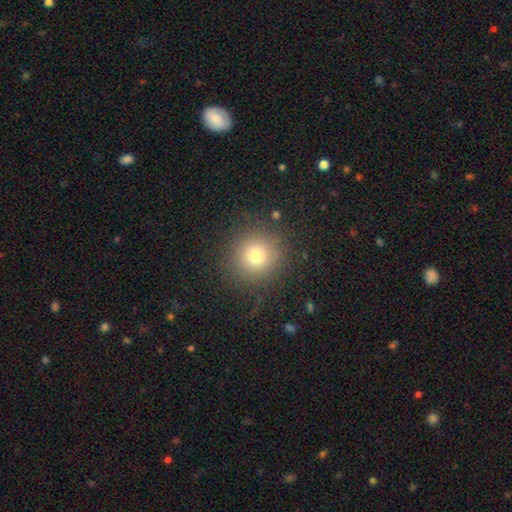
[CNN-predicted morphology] Smooth or featured? Predicted: smooth (p=0.73). How rounded? Predicted: round (p=0.93). Merging? Predicted: none (p=0.85).